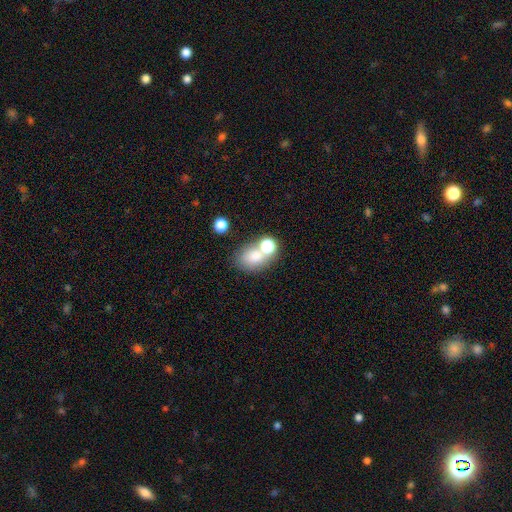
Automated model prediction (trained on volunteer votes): smooth 73%, featured or disk 13%, star or artifact 13%. Down the decision tree: how rounded — in between (61%); merging — none (47%).